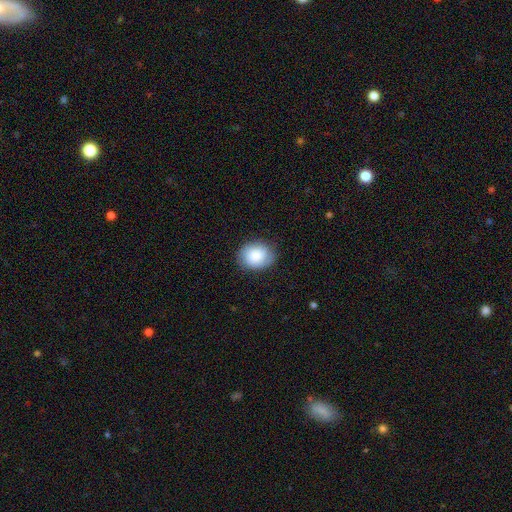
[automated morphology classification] Q: Smooth or featured?
A: smooth (77%); runner-up: featured or disk (16%)
Q: How rounded?
A: in between (50%); runner-up: round (49%)
Q: Merging?
A: none (82%); runner-up: minor disturbance (14%)